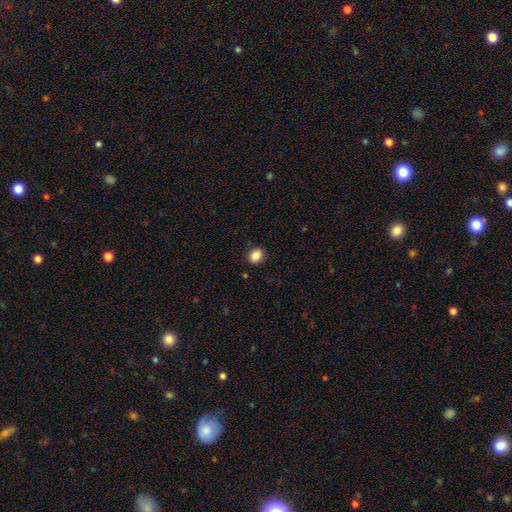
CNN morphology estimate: The model was most divided on "how rounded": round: 57%, in between: 42%, cigar-shaped: 1%. More confident: merging — none (89%); smooth or featured — smooth (87%).